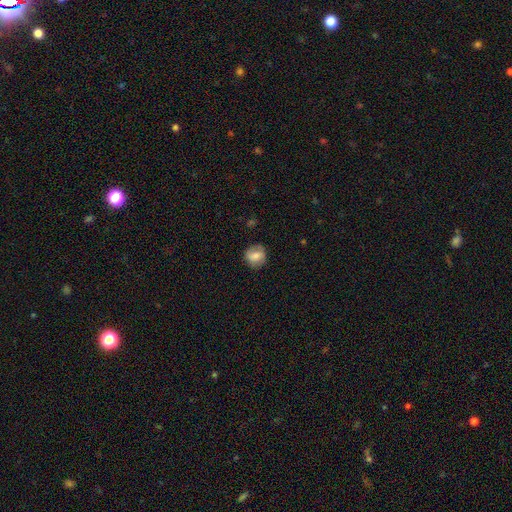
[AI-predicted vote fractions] Overall: smooth (69%). How rounded: round (81%). Merging: none (79%).